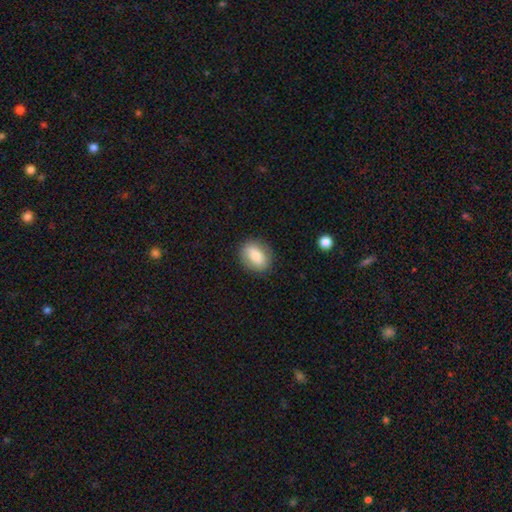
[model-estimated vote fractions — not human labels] Smooth or featured?
  - smooth: 78% *
  - featured or disk: 14%
  - star or artifact: 8%
How rounded?
  - in between: 70% *
  - round: 28%
  - cigar-shaped: 2%
Merging?
  - none: 85% *
  - minor disturbance: 11%
  - major disturbance: 3%
  - merger: 1%